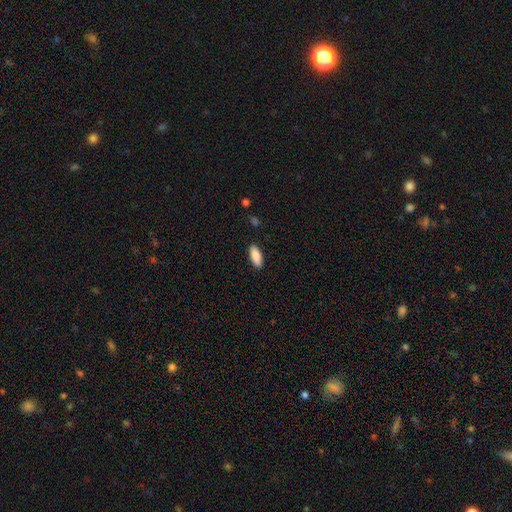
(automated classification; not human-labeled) smooth 87%, featured or disk 7%, star or artifact 6%. Down the decision tree: how rounded — in between (75%); merging — none (89%).